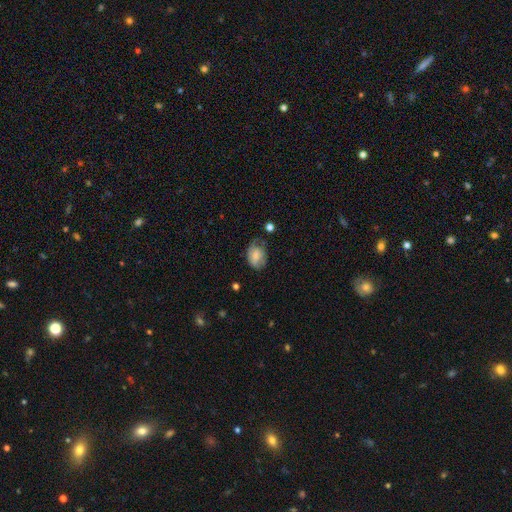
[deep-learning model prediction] The model was most divided on "merging": none: 48%, minor disturbance: 35%, major disturbance: 15%, merger: 3%. More confident: how rounded — in between (72%); smooth or featured — smooth (69%).